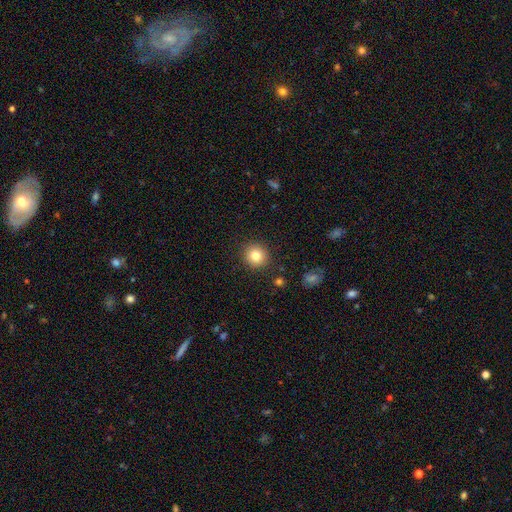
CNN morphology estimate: Smooth or featured?
  - smooth: 81% *
  - star or artifact: 11%
  - featured or disk: 8%
How rounded?
  - round: 92% *
  - in between: 7%
  - cigar-shaped: 1%
Merging?
  - none: 91% *
  - minor disturbance: 6%
  - major disturbance: 2%
  - merger: 1%